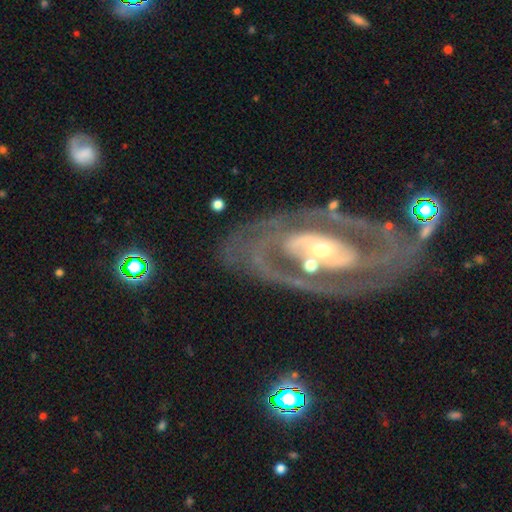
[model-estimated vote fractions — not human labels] Q: Smooth or featured?
A: featured or disk (88%); runner-up: smooth (7%)
Q: Edge-on disk?
A: no (94%); runner-up: yes (6%)
Q: Bar?
A: no (41%); runner-up: strong (31%)
Q: Spiral arms?
A: yes (88%); runner-up: no (12%)
Q: Spiral winding?
A: tight (51%); runner-up: medium (37%)
Q: Spiral arm count?
A: 2 (68%); runner-up: can't tell (14%)
Q: Bulge size?
A: small (54%); runner-up: moderate (37%)
Q: Merging?
A: none (72%); runner-up: minor disturbance (15%)